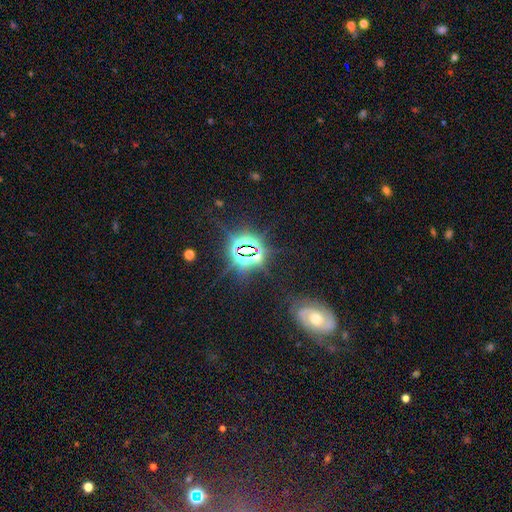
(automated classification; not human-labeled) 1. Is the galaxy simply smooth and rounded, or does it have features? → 84% star or artifact, 8% smooth, 7% featured or disk.